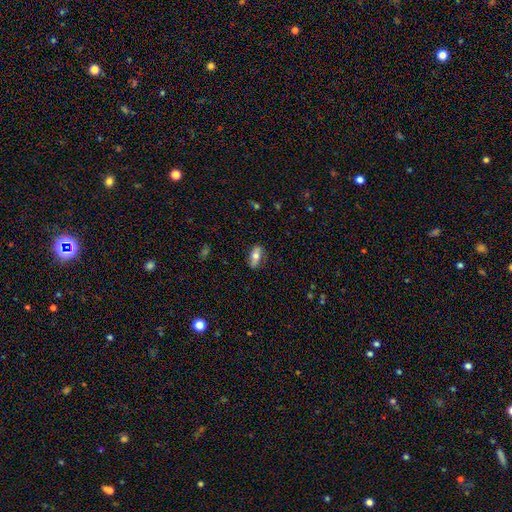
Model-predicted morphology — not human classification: Smooth or featured? Predicted: smooth (p=0.66). How rounded? Predicted: in between (p=0.85). Merging? Predicted: none (p=0.82).